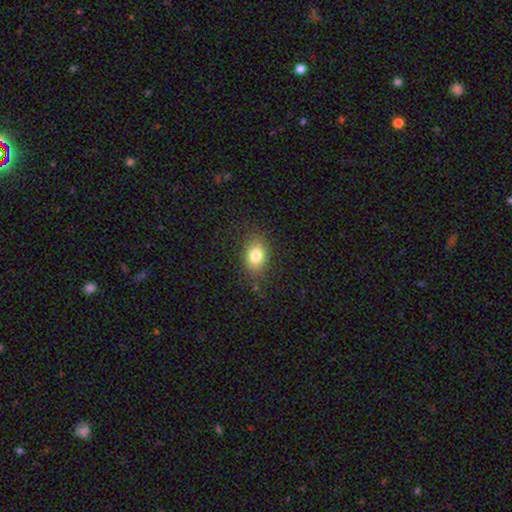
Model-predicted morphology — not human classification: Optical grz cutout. It shows a smooth galaxy with no disk features (80%) that is in between round and cigar-shaped (75%). Merging: none (81%).